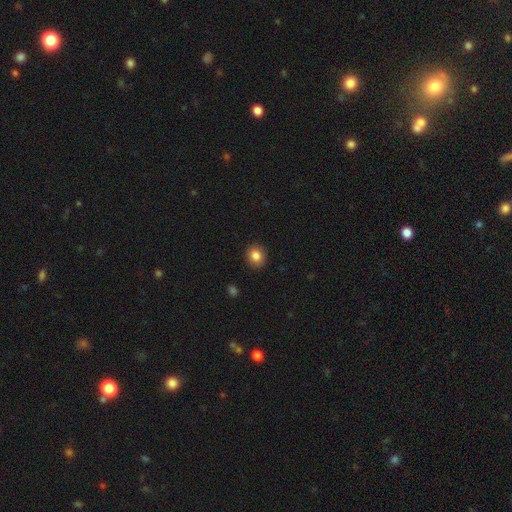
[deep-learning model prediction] Smooth or featured? smooth (85%)
How rounded? round (73%)
Merging? none (90%)